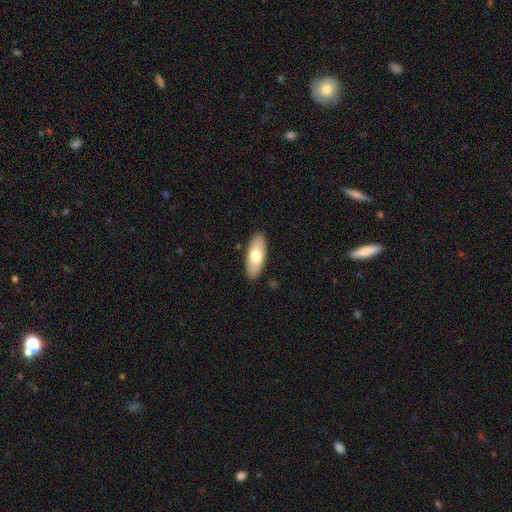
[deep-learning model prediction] smooth_or_featured: smooth (p=0.71) [alt: featured or disk p=0.23]
how_rounded: in between (p=0.82) [alt: cigar-shaped p=0.15]
merging: none (p=0.89) [alt: minor disturbance p=0.08]